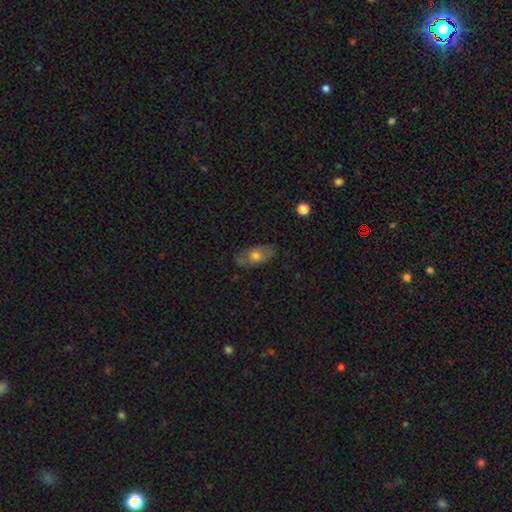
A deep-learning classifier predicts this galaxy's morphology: Q: Smooth or featured?
A: smooth (50%); runner-up: featured or disk (40%)
Q: How rounded?
A: in between (83%); runner-up: round (10%)
Q: Merging?
A: none (76%); runner-up: minor disturbance (18%)